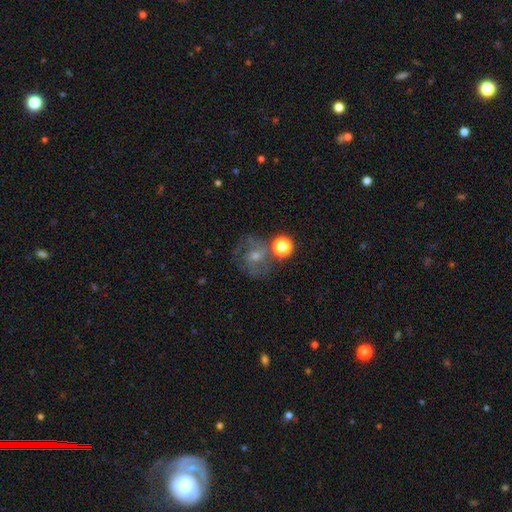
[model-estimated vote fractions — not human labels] A featured or disk galaxy (51%).

Vote fractions:
- Smooth or featured? featured or disk: 51% / smooth: 29% / star or artifact: 20%
- Edge-on disk? no: 97% / yes: 3%
- Merging? none: 64% / minor disturbance: 16% / major disturbance: 11% / merger: 9%